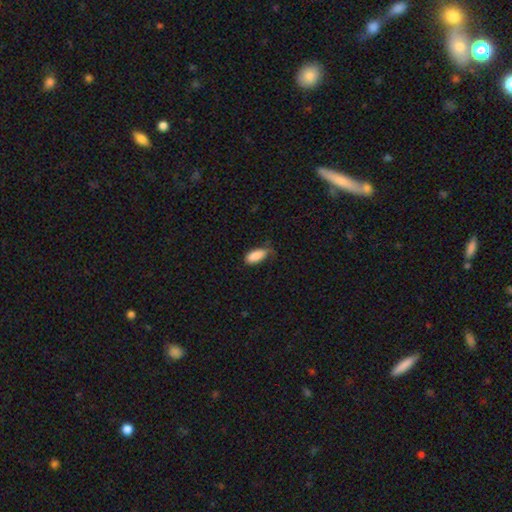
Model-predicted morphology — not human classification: smooth-or-featured: smooth: 88% | star or artifact: 7% | featured or disk: 6%
  how-rounded: in between: 89% | cigar-shaped: 9% | round: 2%
  merging: none: 53% | minor disturbance: 36% | major disturbance: 9% | merger: 2%